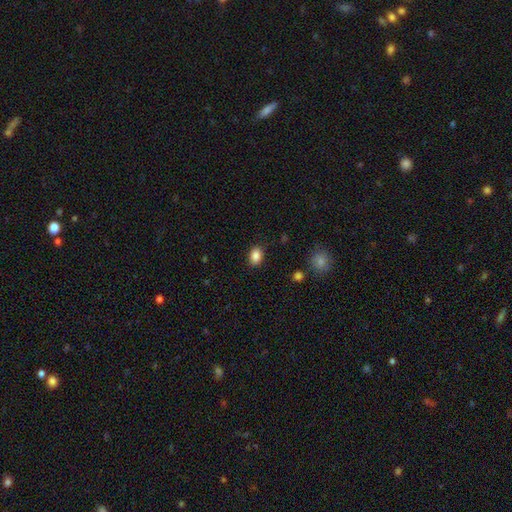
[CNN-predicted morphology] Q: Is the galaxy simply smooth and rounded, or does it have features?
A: smooth — 87%.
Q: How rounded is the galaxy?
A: in between — 75%.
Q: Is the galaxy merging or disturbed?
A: none — 87%.